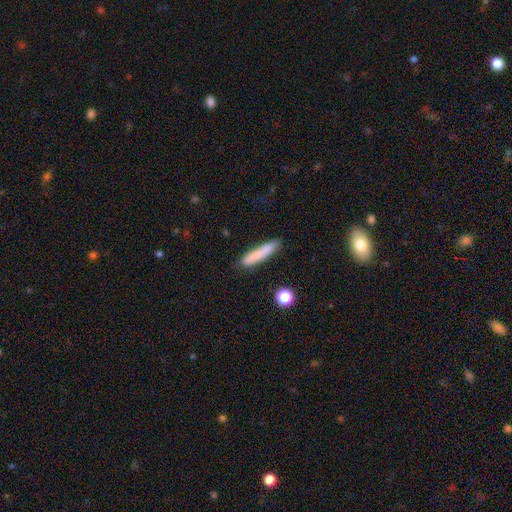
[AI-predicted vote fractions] The model was most divided on "merging": none: 74%, minor disturbance: 17%, merger: 5%, major disturbance: 4%. More confident: how rounded — cigar-shaped (88%); smooth or featured — smooth (78%).